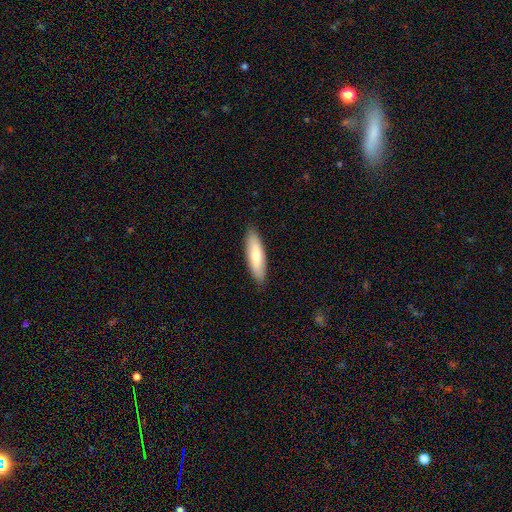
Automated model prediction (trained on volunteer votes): Q: Smooth or featured?
A: smooth (69%); runner-up: featured or disk (26%)
Q: How rounded?
A: cigar-shaped (58%); runner-up: in between (41%)
Q: Merging?
A: none (88%); runner-up: minor disturbance (9%)